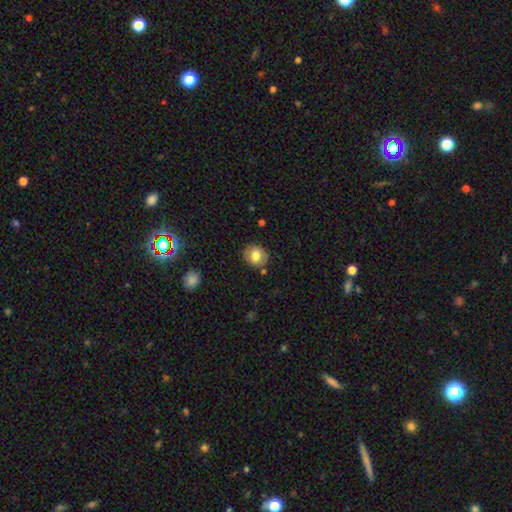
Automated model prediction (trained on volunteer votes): The model was most divided on "how rounded": round: 69%, in between: 30%, cigar-shaped: 1%. More confident: merging — none (82%); smooth or featured — smooth (75%).